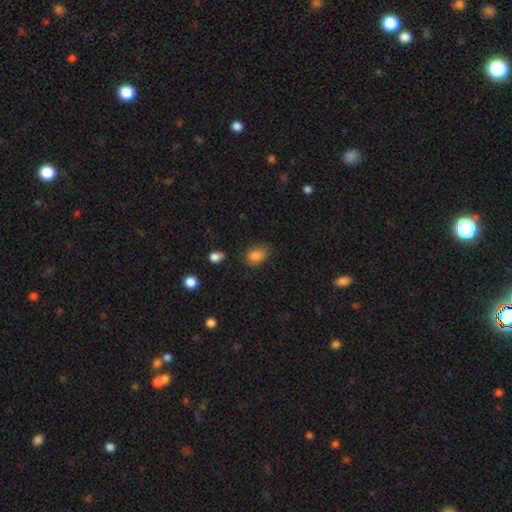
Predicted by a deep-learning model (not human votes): Smooth or featured?
  - smooth: 84% *
  - star or artifact: 10%
  - featured or disk: 6%
How rounded?
  - in between: 63% *
  - round: 36%
  - cigar-shaped: 1%
Merging?
  - none: 68% *
  - minor disturbance: 24%
  - major disturbance: 6%
  - merger: 2%